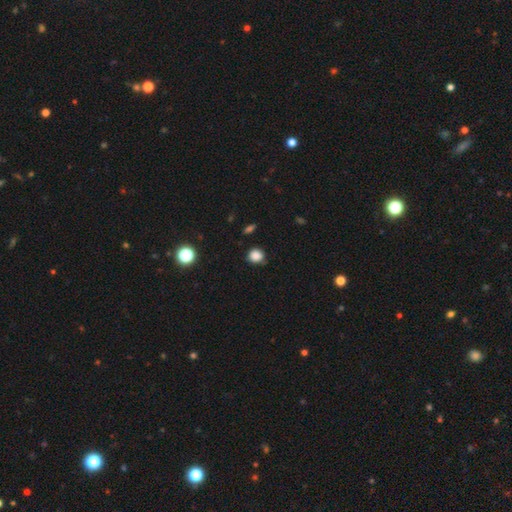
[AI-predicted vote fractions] Q: Smooth or featured?
A: smooth (85%); runner-up: star or artifact (12%)
Q: How rounded?
A: round (83%); runner-up: in between (16%)
Q: Merging?
A: none (82%); runner-up: minor disturbance (13%)